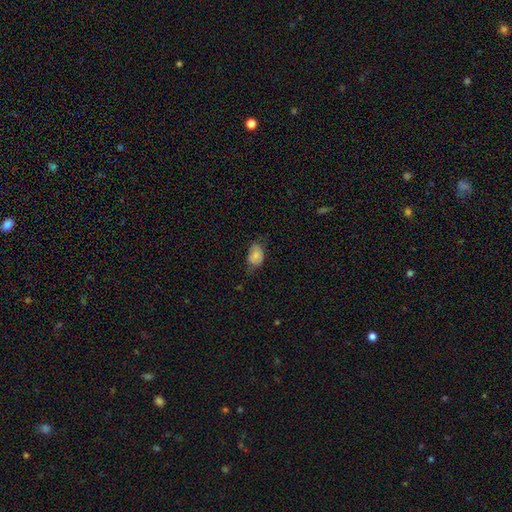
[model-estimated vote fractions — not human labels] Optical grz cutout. It shows a smooth galaxy with no disk features (77%) that is in between round and cigar-shaped (82%). Merging: none (51%).